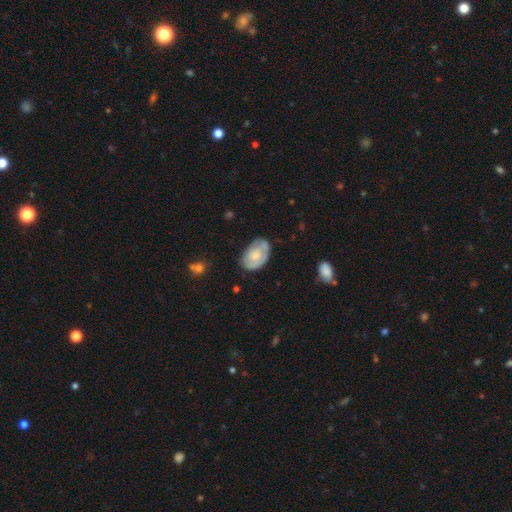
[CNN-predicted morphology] This appears to be a smooth galaxy with no disk features (49%). Merging: none (64%).